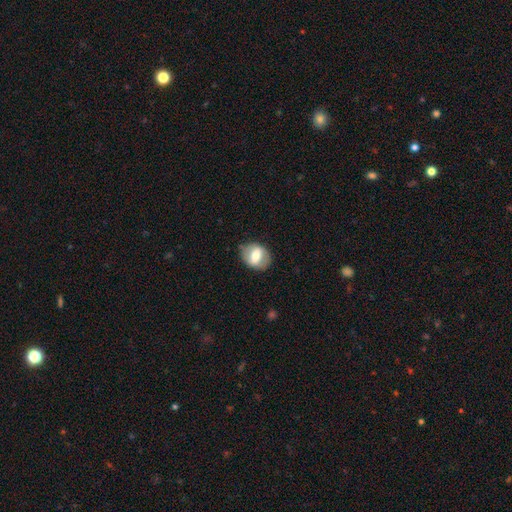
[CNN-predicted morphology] Smooth or featured? smooth (55%)
How rounded? in between (56%)
Merging? none (79%)